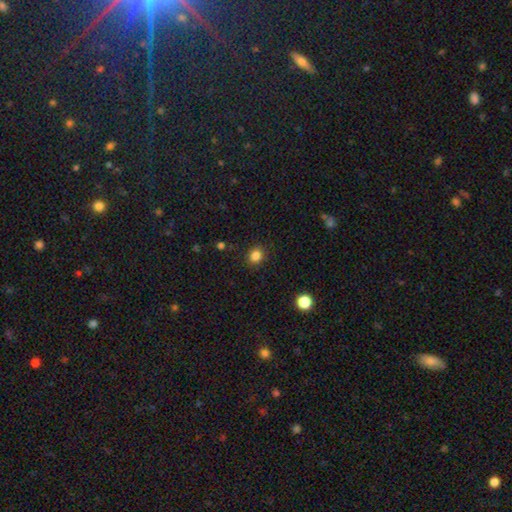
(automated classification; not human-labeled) smooth 84%, star or artifact 12%, featured or disk 4%. Down the decision tree: how rounded — round (72%); merging — none (88%).